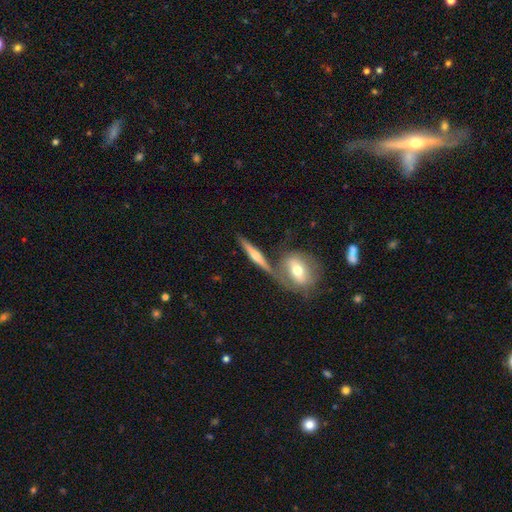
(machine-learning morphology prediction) Smooth or featured? Predicted: featured or disk (p=0.58). Edge-on disk? Predicted: yes (p=0.90). Edge-on bulge? Predicted: rounded (p=0.79). Merging? Predicted: none (p=0.65).